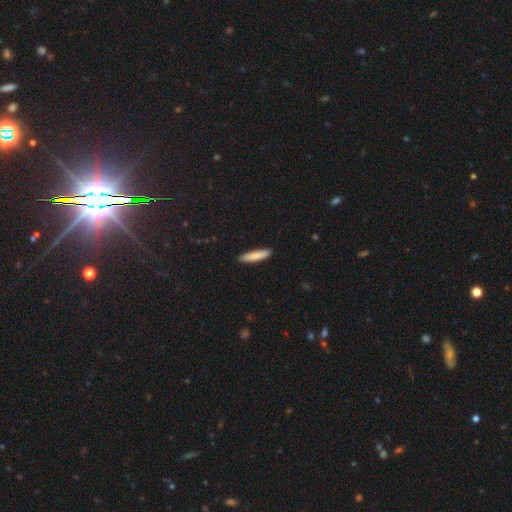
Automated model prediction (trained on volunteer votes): The model was most divided on "how rounded": cigar-shaped: 85%, in between: 14%, round: 1%. More confident: merging — none (90%); smooth or featured — smooth (85%).